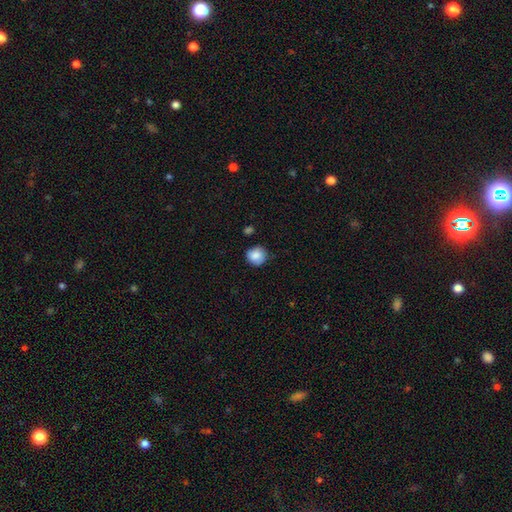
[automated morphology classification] Smooth or featured? smooth (85%)
How rounded? round (91%)
Merging? none (79%)